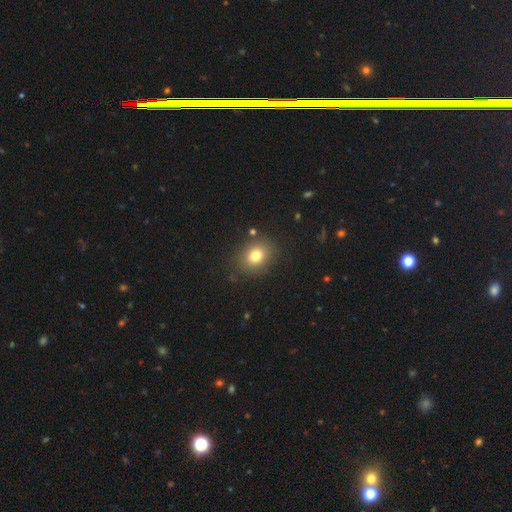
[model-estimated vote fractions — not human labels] A smooth galaxy with no disk features (77%) that is round (64%).

Vote fractions:
- Smooth or featured? smooth: 77% / star or artifact: 13% / featured or disk: 10%
- How rounded? round: 64% / in between: 35% / cigar-shaped: 1%
- Merging? none: 85% / minor disturbance: 9% / major disturbance: 3% / merger: 2%